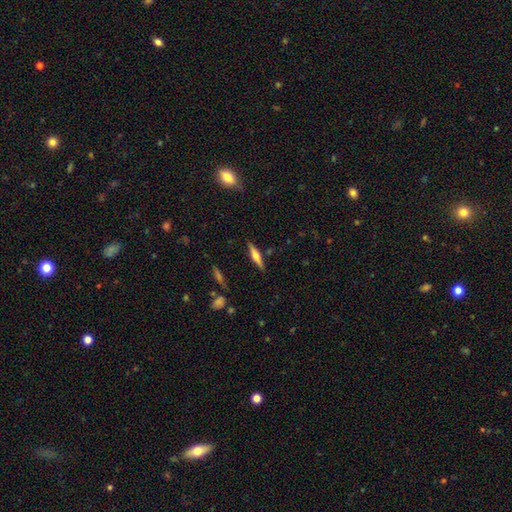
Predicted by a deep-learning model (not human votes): smooth_or_featured: featured or disk (p=0.57) [alt: smooth p=0.37]
disk_edge_on: yes (p=0.96) [alt: no p=0.04]
edge_on_bulge: rounded (p=0.86) [alt: boxy p=0.09]
merging: none (p=0.87) [alt: minor disturbance p=0.09]